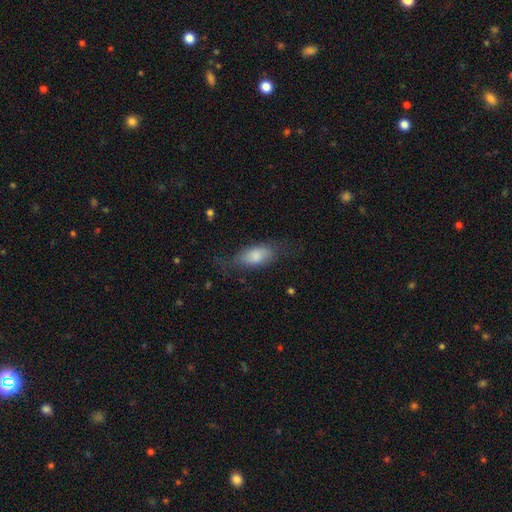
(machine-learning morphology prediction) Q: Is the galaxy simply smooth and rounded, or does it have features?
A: smooth — 77%.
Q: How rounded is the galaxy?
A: in between — 84%.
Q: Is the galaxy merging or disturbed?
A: none — 62%.